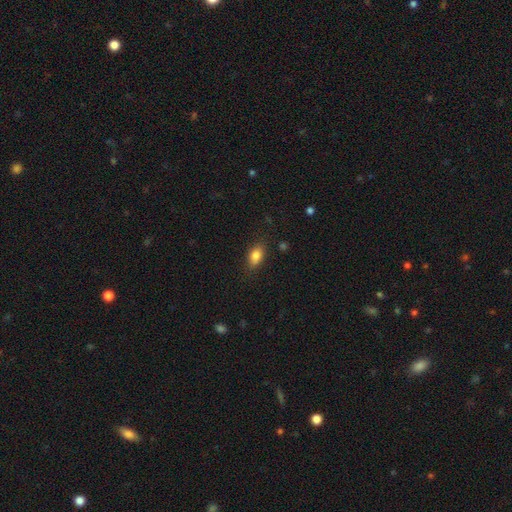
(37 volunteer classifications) This is clearly a smooth galaxy (81%). How rounded: clearly in between (83%). Merging: likely none (67%).